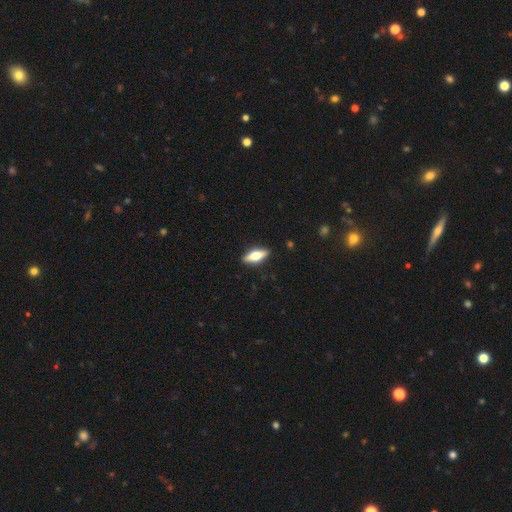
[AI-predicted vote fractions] smooth_or_featured: smooth (p=0.47) [tied with: featured or disk p=0.47]
merging: none (p=0.89) [alt: minor disturbance p=0.08]